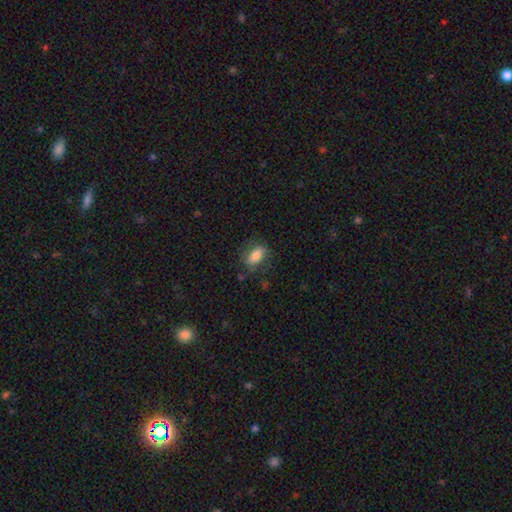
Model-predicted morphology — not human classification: The model was most divided on "merging": none: 70%, minor disturbance: 19%, major disturbance: 9%, merger: 2%. More confident: how rounded — in between (84%); smooth or featured — smooth (76%).